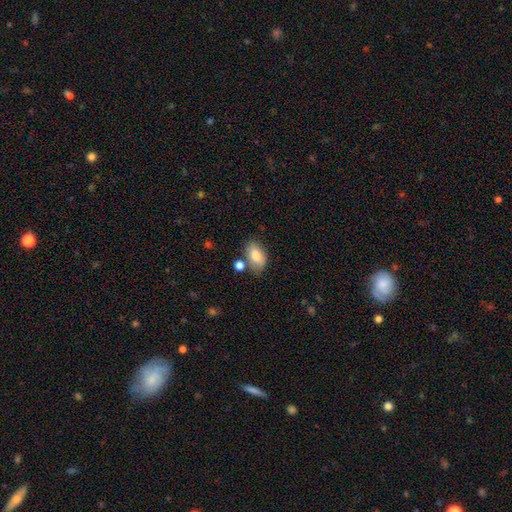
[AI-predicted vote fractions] Morphology: type=smooth (82%); roundness=in between (90%); merging=none (66%).